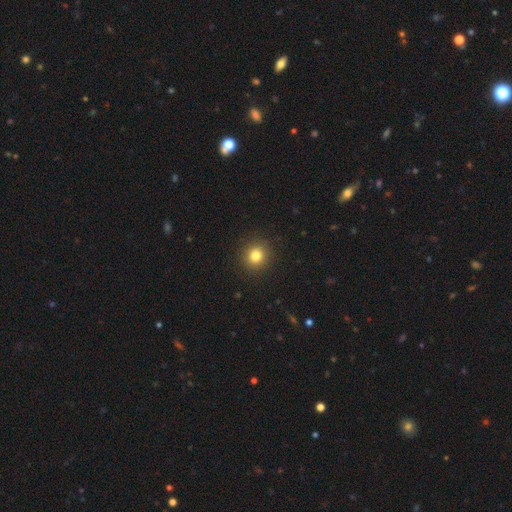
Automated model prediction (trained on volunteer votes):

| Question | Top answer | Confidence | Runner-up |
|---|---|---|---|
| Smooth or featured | smooth | 82% | star or artifact (12%) |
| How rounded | round | 91% | in between (8%) |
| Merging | none | 91% | minor disturbance (6%) |